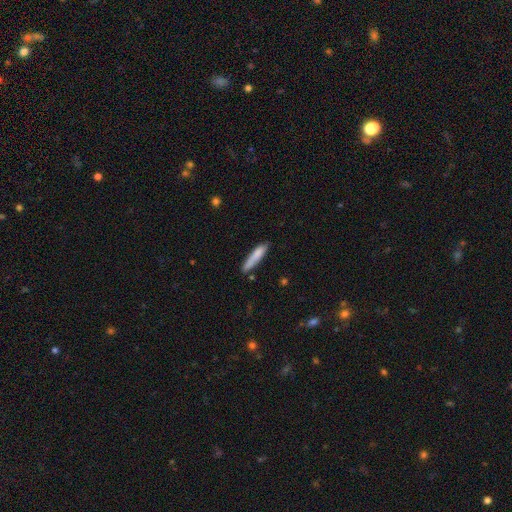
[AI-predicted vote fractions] Morphology: type=smooth (81%); roundness=cigar-shaped (86%); merging=none (73%).